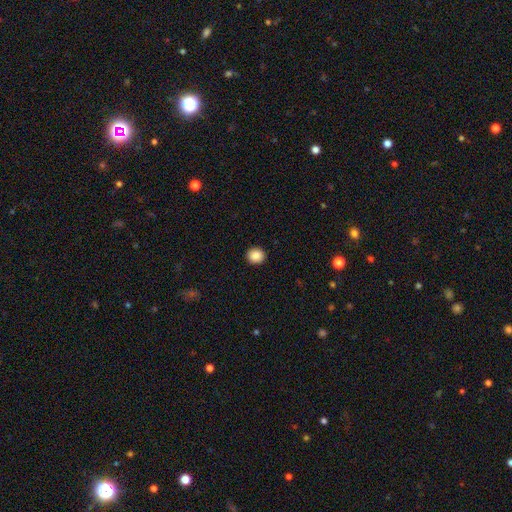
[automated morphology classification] Smooth or featured? smooth (88%)
How rounded? round (87%)
Merging? none (93%)